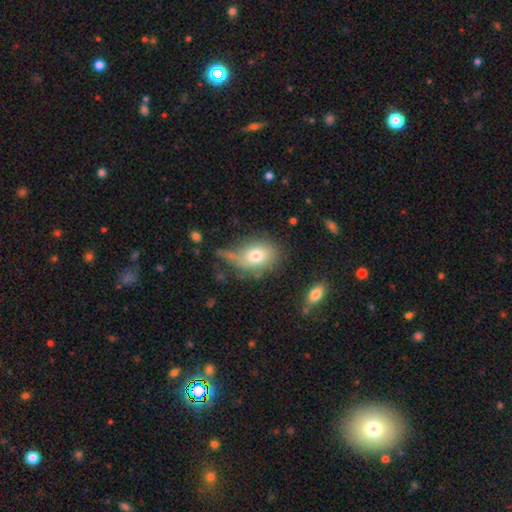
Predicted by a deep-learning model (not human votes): Smooth or featured?
  - smooth: 74% *
  - featured or disk: 17%
  - star or artifact: 9%
How rounded?
  - in between: 65% *
  - round: 33%
  - cigar-shaped: 2%
Merging?
  - none: 51% *
  - minor disturbance: 24%
  - major disturbance: 16%
  - merger: 9%